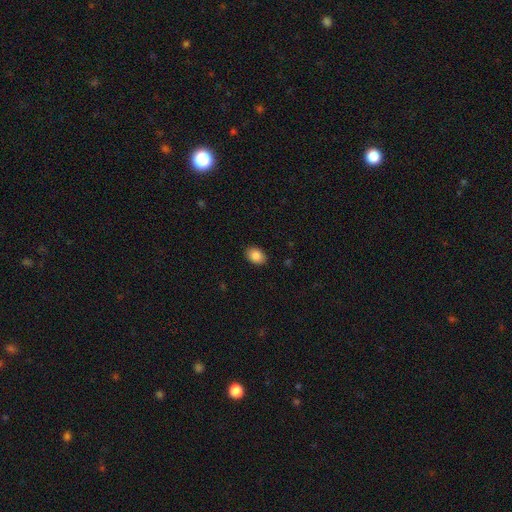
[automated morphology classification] smooth_or_featured: smooth (p=0.88) [alt: star or artifact p=0.08]
how_rounded: in between (p=0.81) [alt: round p=0.18]
merging: none (p=0.88) [alt: minor disturbance p=0.09]